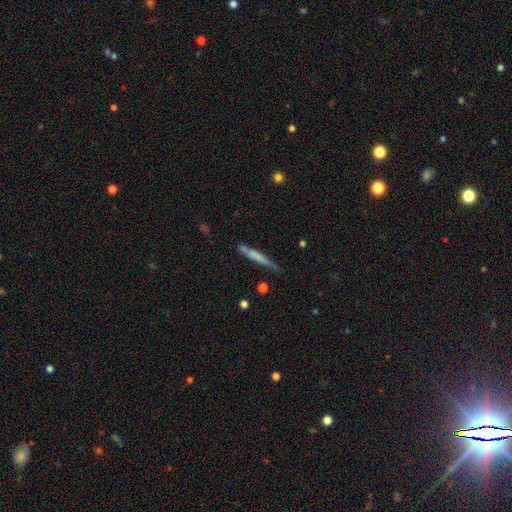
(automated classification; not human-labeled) Smooth or featured? smooth (58%)
How rounded? cigar-shaped (95%)
Merging? none (73%)